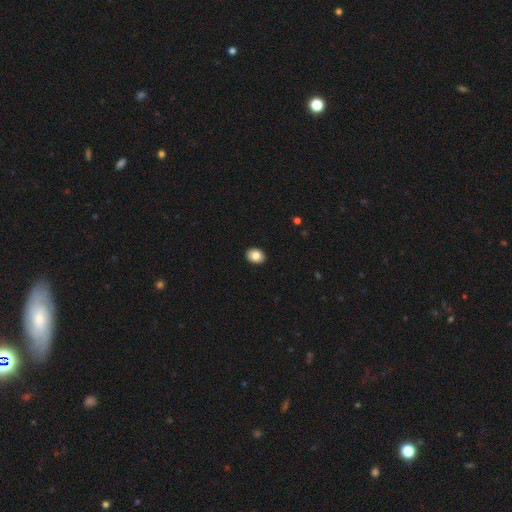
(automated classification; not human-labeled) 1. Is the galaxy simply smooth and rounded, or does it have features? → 81% smooth, 11% featured or disk, 8% star or artifact.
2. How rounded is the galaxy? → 58% in between, 41% round, 1% cigar-shaped.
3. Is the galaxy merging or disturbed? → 91% none, 6% minor disturbance, 1% major disturbance, 1% merger.